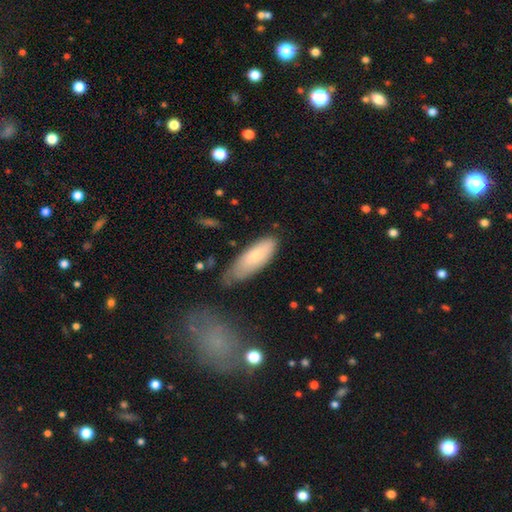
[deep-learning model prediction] Smooth or featured?
  - smooth: 74% *
  - featured or disk: 19%
  - star or artifact: 6%
How rounded?
  - in between: 67% *
  - cigar-shaped: 31%
  - round: 2%
Merging?
  - none: 57% *
  - minor disturbance: 31%
  - major disturbance: 8%
  - merger: 4%